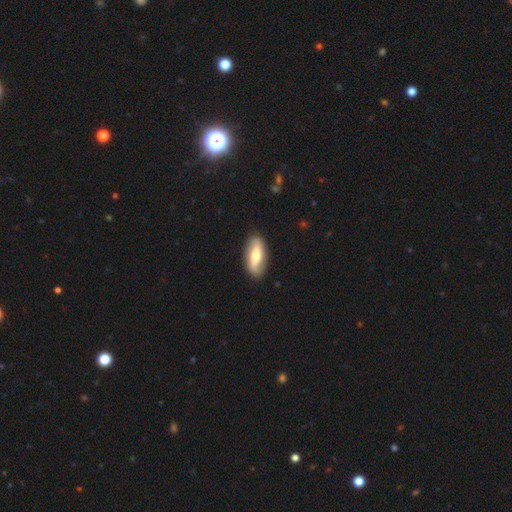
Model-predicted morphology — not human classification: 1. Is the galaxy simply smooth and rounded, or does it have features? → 49% smooth, 46% featured or disk, 5% star or artifact.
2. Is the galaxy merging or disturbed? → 88% none, 9% minor disturbance, 2% major disturbance, 1% merger.